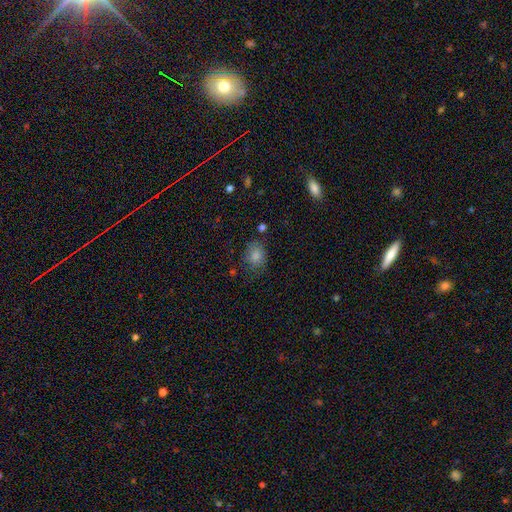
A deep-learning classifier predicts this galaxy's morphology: Q: Smooth or featured?
A: smooth (82%); runner-up: star or artifact (10%)
Q: How rounded?
A: in between (58%); runner-up: round (41%)
Q: Merging?
A: none (65%); runner-up: minor disturbance (23%)